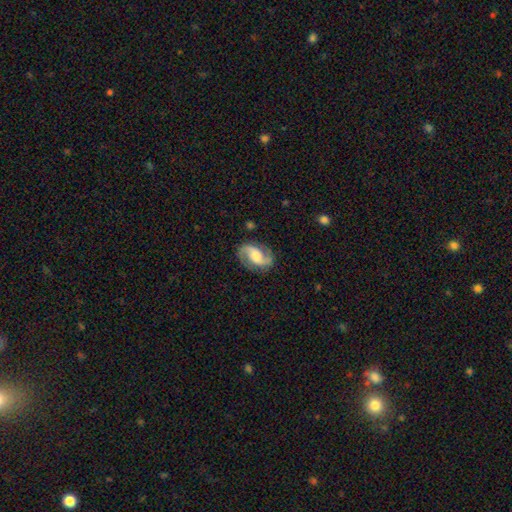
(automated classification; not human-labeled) This is clearly a featured or disk galaxy (84%). It is clearly not viewed edge-on (98%). Bar: possibly no (49%). Spiral arm pattern: clearly yes (97%). Spiral arm count: clearly 2 (93%). Spiral winding: possibly medium (48%). Central bulge: possibly moderate (49%). Merging: clearly none (82%).